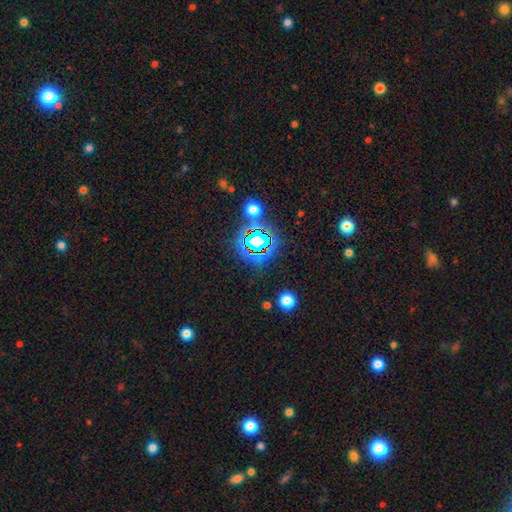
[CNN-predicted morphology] This appears to be a star or artifact, not a galaxy (80%).